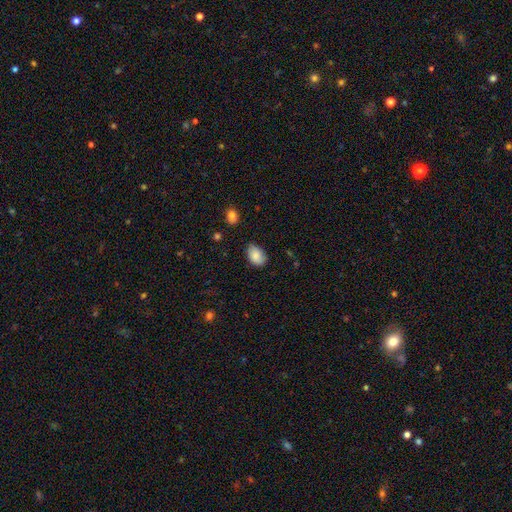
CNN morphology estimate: A smooth galaxy with no disk features (85%) that is in between round and cigar-shaped (87%). Merging: none (71%).